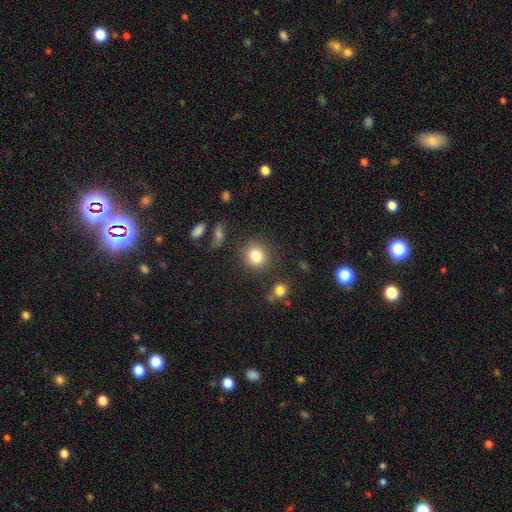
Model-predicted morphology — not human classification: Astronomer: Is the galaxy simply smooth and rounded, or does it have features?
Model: smooth — 82%.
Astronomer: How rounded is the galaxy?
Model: round — 84%.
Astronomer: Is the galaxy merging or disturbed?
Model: none — 86%.